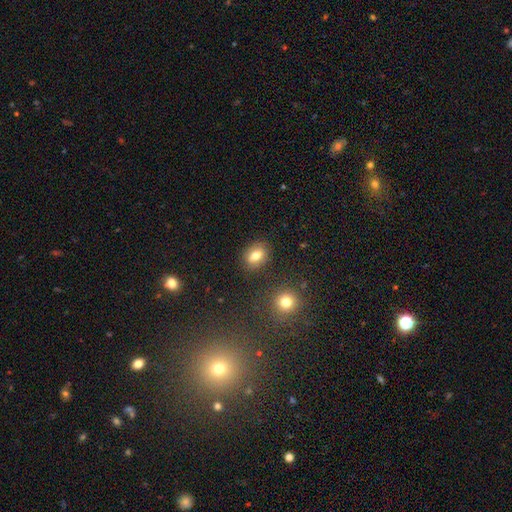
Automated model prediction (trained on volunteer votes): smooth_or_featured: smooth (p=0.76) [alt: featured or disk p=0.13]
how_rounded: in between (p=0.72) [alt: round p=0.27]
merging: none (p=0.84) [alt: minor disturbance p=0.10]